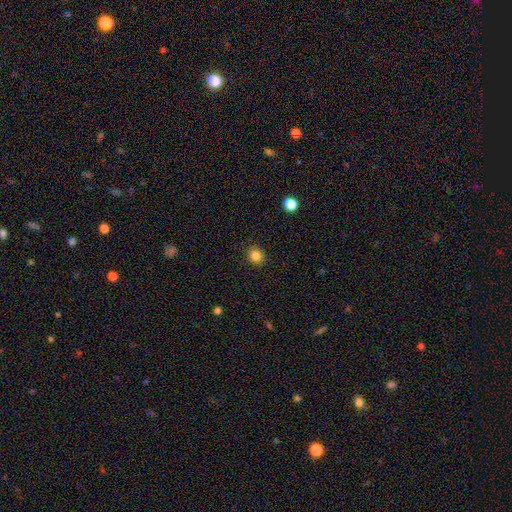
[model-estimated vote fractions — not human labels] A smooth galaxy with no disk features (84%) that is round (79%).

Vote fractions:
- Smooth or featured? smooth: 84% / star or artifact: 11% / featured or disk: 4%
- How rounded? round: 79% / in between: 20% / cigar-shaped: 1%
- Merging? none: 90% / minor disturbance: 6% / major disturbance: 2% / merger: 1%